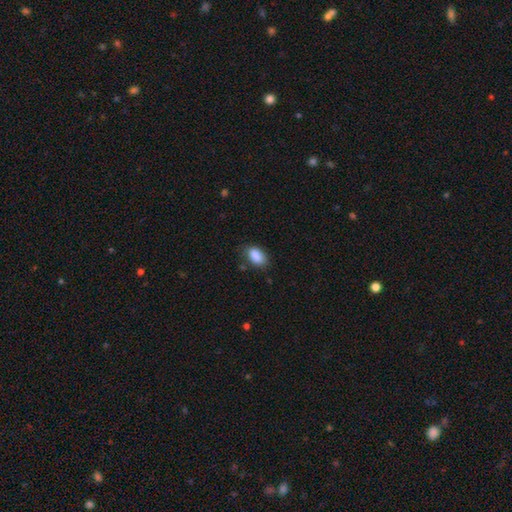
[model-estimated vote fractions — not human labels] This is clearly a smooth galaxy (87%). How rounded: clearly in between (91%). Merging: likely none (76%).